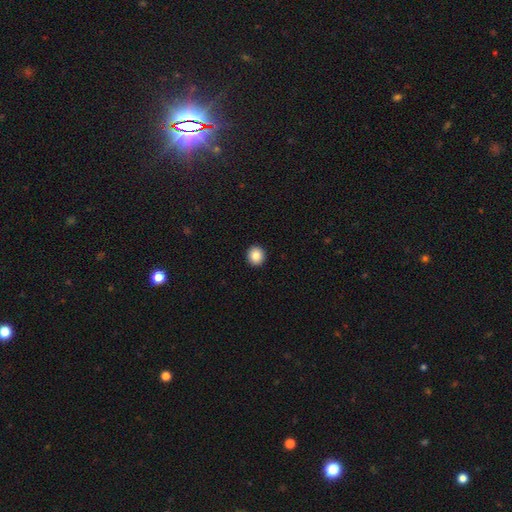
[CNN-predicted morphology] Overall: smooth (86%). How rounded: round (89%). Merging: none (93%).